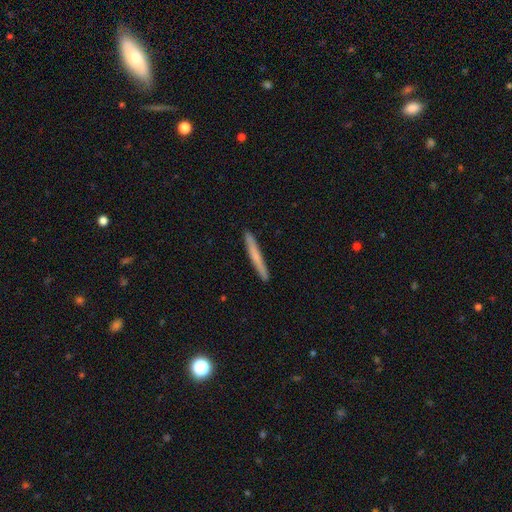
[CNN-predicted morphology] type=smooth (61%); roundness=cigar-shaped (97%); merging=none (92%).